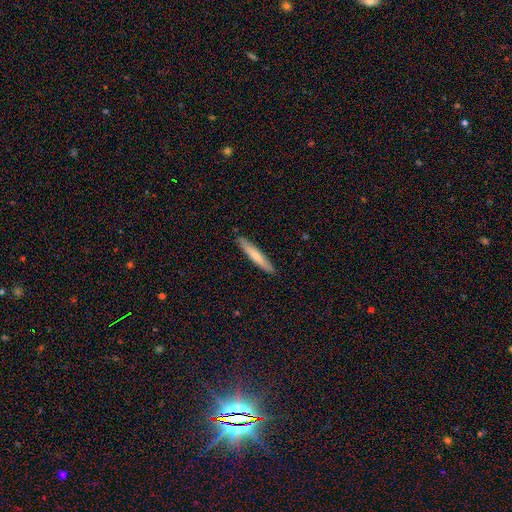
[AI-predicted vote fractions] A smooth galaxy with no disk features (67%) that is cigar-shaped (93%).

Vote fractions:
- Smooth or featured? smooth: 67% / featured or disk: 27% / star or artifact: 5%
- How rounded? cigar-shaped: 93% / in between: 6% / round: 1%
- Merging? none: 90% / minor disturbance: 7% / major disturbance: 1% / merger: 1%